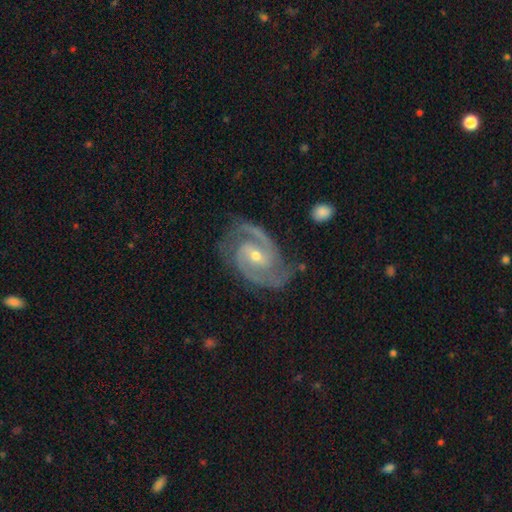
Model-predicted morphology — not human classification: smooth-or-featured: featured or disk: 93% | star or artifact: 4% | smooth: 3%
  disk-edge-on: no: 97% | yes: 3%
    bar: weak: 45% | no: 33% | strong: 21%
    has-spiral-arms: yes: 98% | no: 2%
      spiral-winding: medium: 55% | tight: 37% | loose: 8%
      spiral-arm-count: 2: 88% | 3: 6% | can't tell: 2% | 1: 1% | 4: 1% | more than 4: 1%
    bulge-size: small: 51% | moderate: 46% | large: 1% | none: 1% | dominant: 1%
  merging: none: 76% | minor disturbance: 17% | major disturbance: 5% | merger: 2%